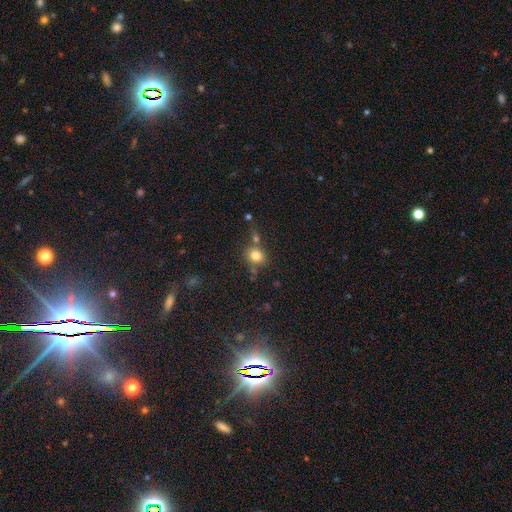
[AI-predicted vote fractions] Smooth or featured? Predicted: smooth (p=0.79). How rounded? Predicted: round (p=0.73). Merging? Predicted: none (p=0.61).